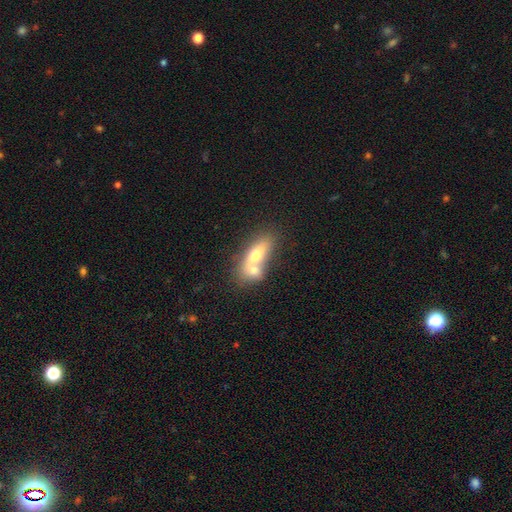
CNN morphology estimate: This appears to be a smooth galaxy with no disk features (63%) that is in between round and cigar-shaped (71%). Merging: merger (68%).